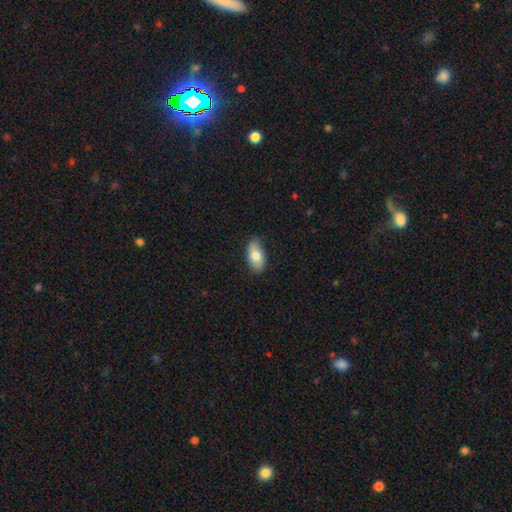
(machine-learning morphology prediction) Q: Smooth or featured?
A: smooth (77%); runner-up: featured or disk (17%)
Q: How rounded?
A: in between (93%); runner-up: round (4%)
Q: Merging?
A: none (82%); runner-up: minor disturbance (15%)